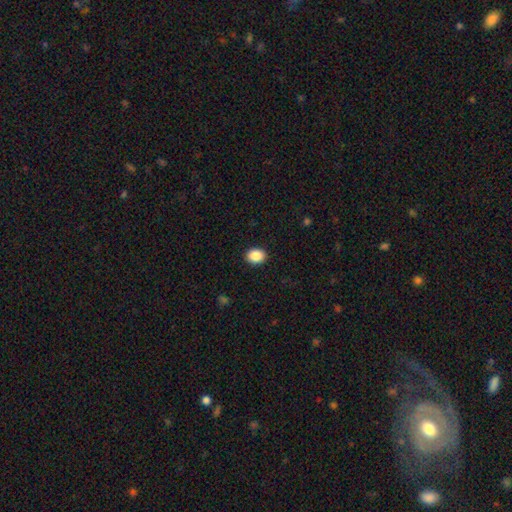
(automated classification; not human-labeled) The model was most divided on "how rounded": in between: 56%, round: 43%, cigar-shaped: 1%. More confident: merging — none (91%); smooth or featured — smooth (89%).